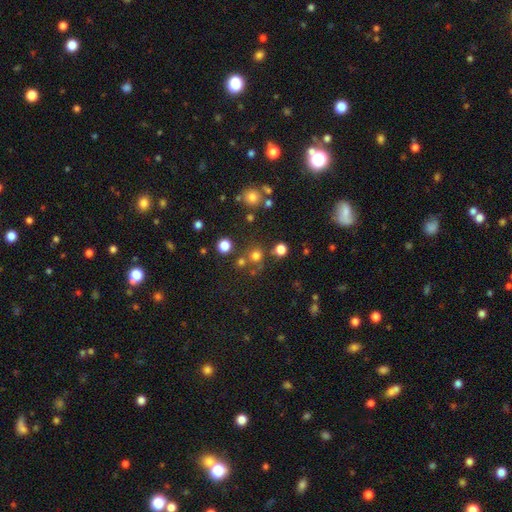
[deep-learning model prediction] smooth_or_featured: smooth (p=0.70) [alt: star or artifact p=0.22]
how_rounded: round (p=0.91) [alt: in between p=0.08]
merging: none (p=0.71) [alt: merger p=0.16]